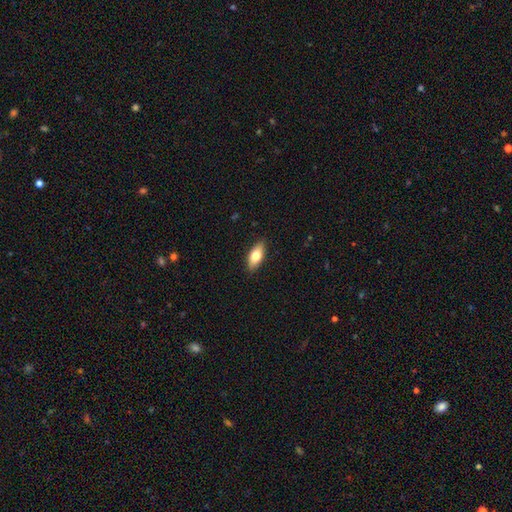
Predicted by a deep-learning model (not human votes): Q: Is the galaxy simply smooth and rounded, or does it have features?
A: smooth — 74%.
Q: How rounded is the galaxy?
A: in between — 79%.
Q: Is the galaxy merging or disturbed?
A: none — 88%.